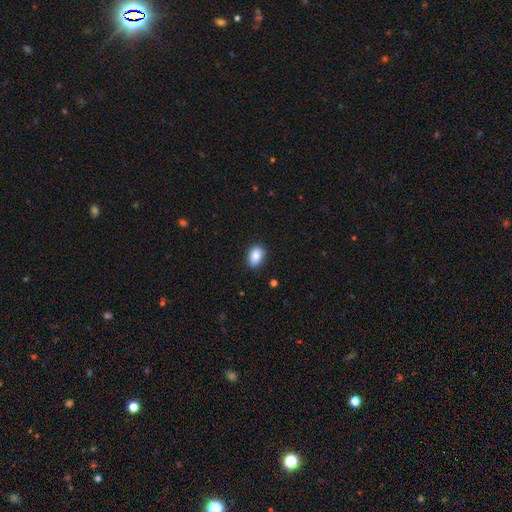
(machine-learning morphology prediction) smooth 88%, star or artifact 7%, featured or disk 4%. Down the decision tree: how rounded — in between (83%); merging — none (86%).